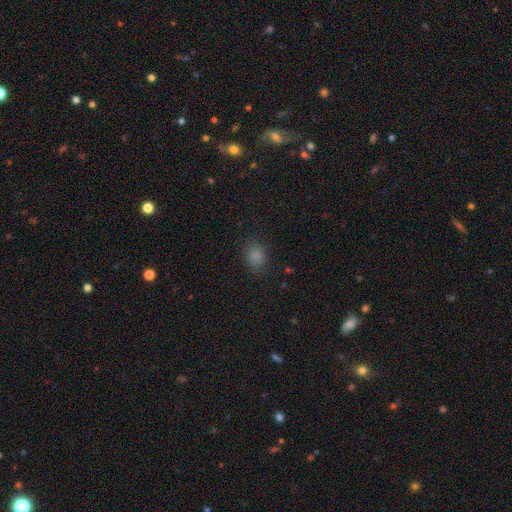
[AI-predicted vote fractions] Overall: smooth (82%). How rounded: in between (61%; round 38%). Merging: none (80%).